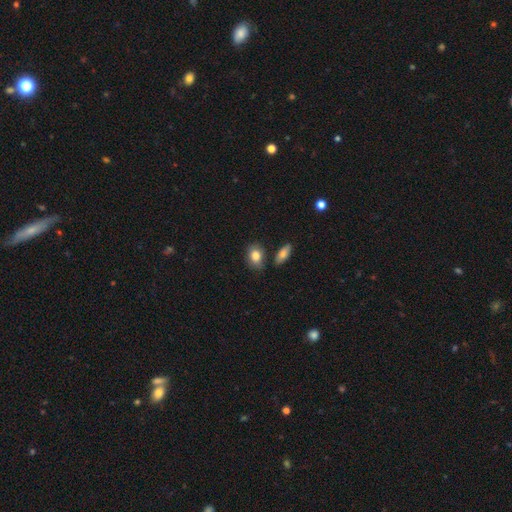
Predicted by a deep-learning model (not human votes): This is clearly a smooth galaxy (83%). How rounded: likely in between (78%). Merging: likely none (73%).